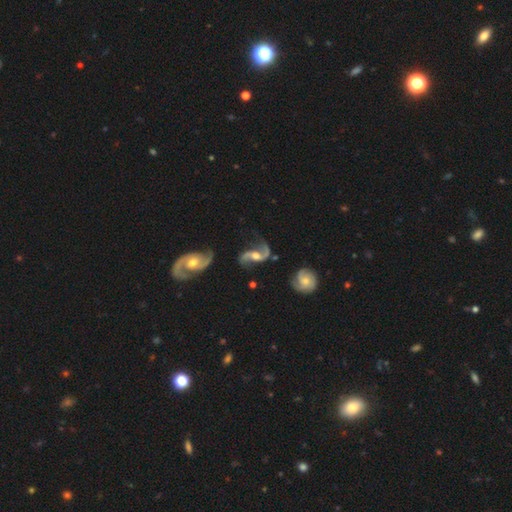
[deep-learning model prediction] Morphology: type=featured or disk (90%); edge-on=no (96%); bar=no (45%); spiral arms=yes (97%); winding=loose (72%); arm count=2 (93%); bulge=moderate (61%); merging=none (66%).